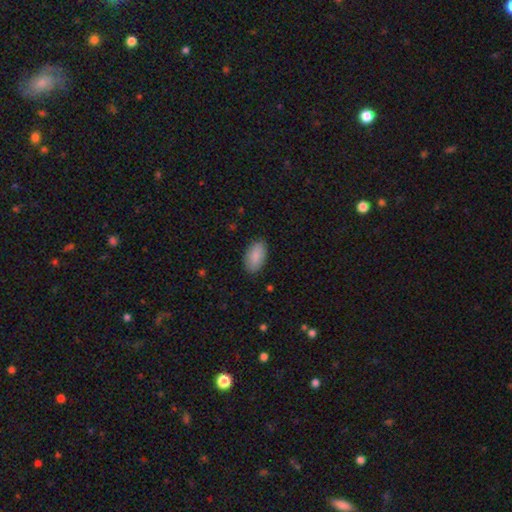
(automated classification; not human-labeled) Q: Smooth or featured?
A: smooth (88%); runner-up: star or artifact (6%)
Q: How rounded?
A: in between (95%); runner-up: round (3%)
Q: Merging?
A: none (86%); runner-up: minor disturbance (11%)